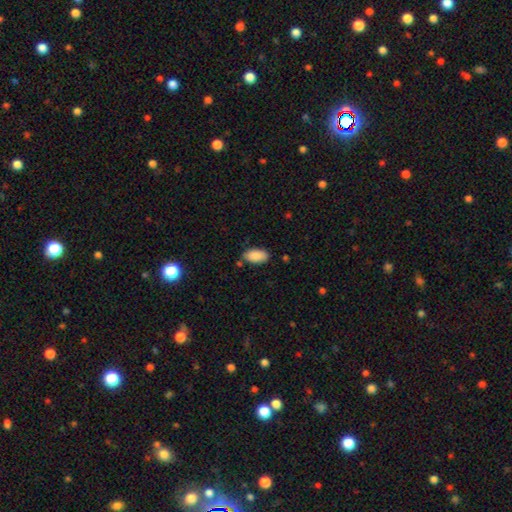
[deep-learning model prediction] The model was most divided on "merging": none: 80%, minor disturbance: 14%, merger: 3%, major disturbance: 3%. More confident: how rounded — in between (95%); smooth or featured — smooth (88%).